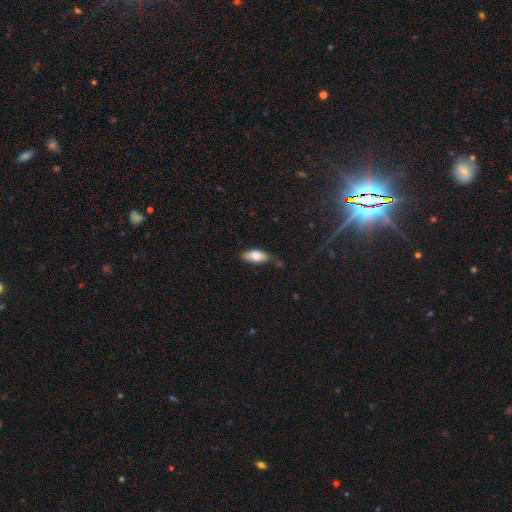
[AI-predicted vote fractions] Overall: smooth (76%). How rounded: in between (83%). Merging: none (61%; minor disturbance 28%).